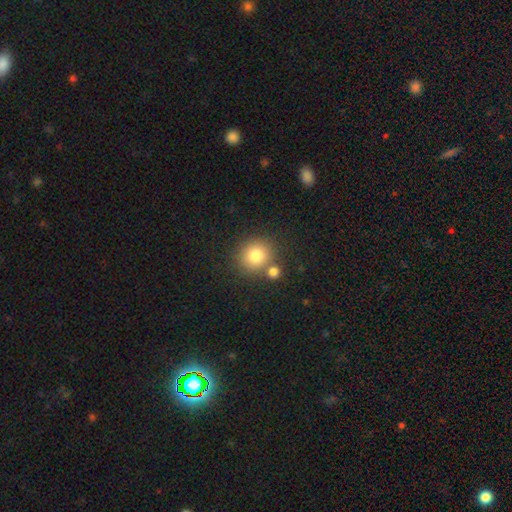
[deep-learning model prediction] Smooth or featured?
  - smooth: 81% *
  - star or artifact: 11%
  - featured or disk: 8%
How rounded?
  - round: 87% *
  - in between: 12%
  - cigar-shaped: 1%
Merging?
  - none: 69% *
  - merger: 19%
  - minor disturbance: 9%
  - major disturbance: 3%